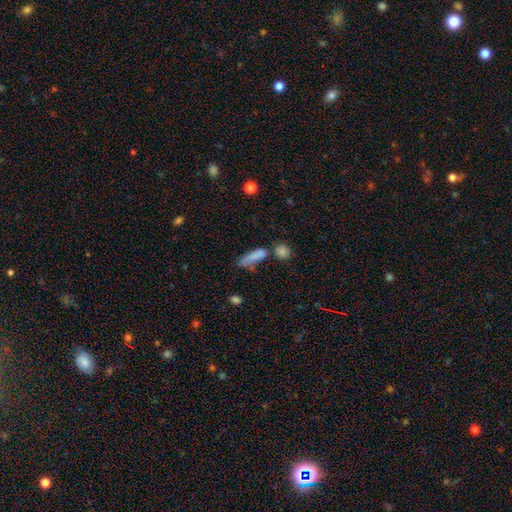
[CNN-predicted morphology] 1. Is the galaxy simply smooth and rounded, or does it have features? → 76% smooth, 13% featured or disk, 11% star or artifact.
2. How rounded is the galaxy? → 53% cigar-shaped, 43% in between, 4% round.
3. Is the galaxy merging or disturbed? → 38% none, 23% merger, 23% minor disturbance, 16% major disturbance.